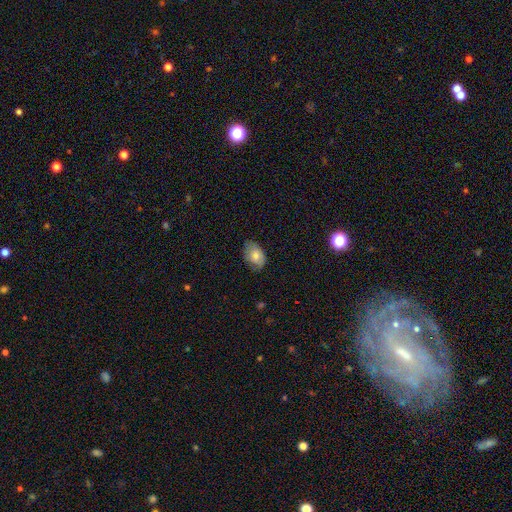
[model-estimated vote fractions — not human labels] This is likely a smooth galaxy (74%). How rounded: clearly in between (87%). Merging: likely none (66%).